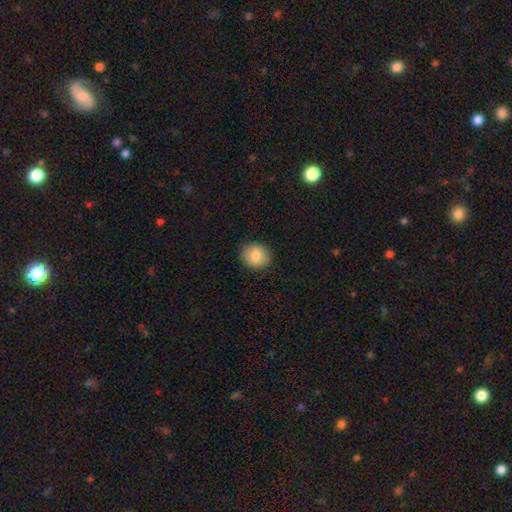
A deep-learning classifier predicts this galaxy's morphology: A smooth galaxy with no disk features (83%) that is round (79%). Merging: none (89%).